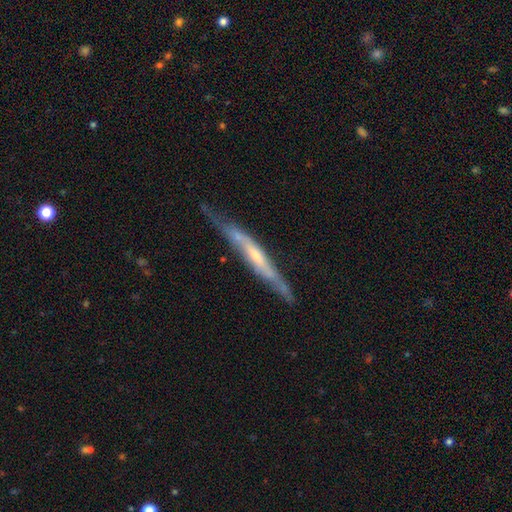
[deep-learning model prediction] smooth_or_featured: featured or disk (p=0.77) [alt: smooth p=0.18]
disk_edge_on: yes (p=0.84) [alt: no p=0.16]
edge_on_bulge: rounded (p=0.46) [alt: none p=0.42]
merging: none (p=0.66) [alt: minor disturbance p=0.26]